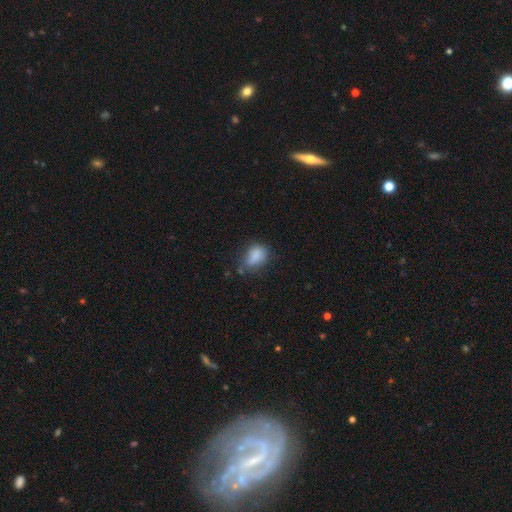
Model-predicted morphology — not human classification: Q: Smooth or featured?
A: smooth (82%); runner-up: star or artifact (10%)
Q: How rounded?
A: in between (79%); runner-up: round (18%)
Q: Merging?
A: none (47%); runner-up: minor disturbance (35%)